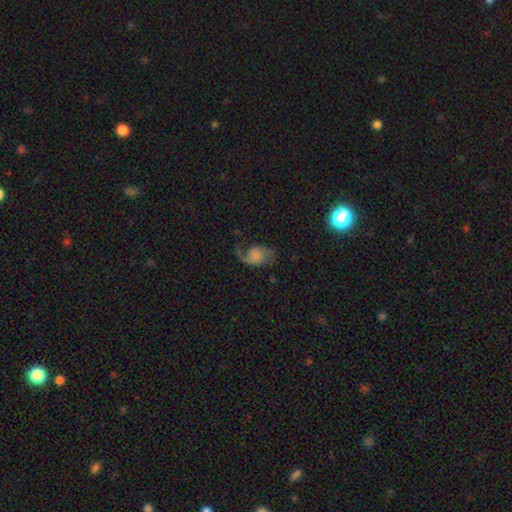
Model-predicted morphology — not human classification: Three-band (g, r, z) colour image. It shows a featured or disk galaxy (75%) with no bar (70%), 2 (82%) loose (54%) spiral arms (94%) and no central bulge (42%). Merging: none (62%).